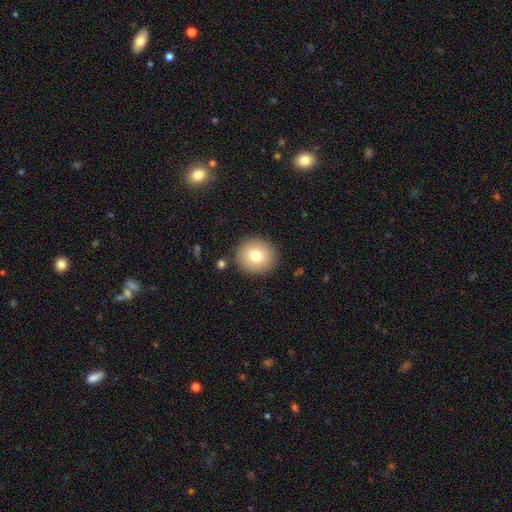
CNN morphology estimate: A smooth galaxy with no disk features (76%) that is round (89%). Merging: none (88%).